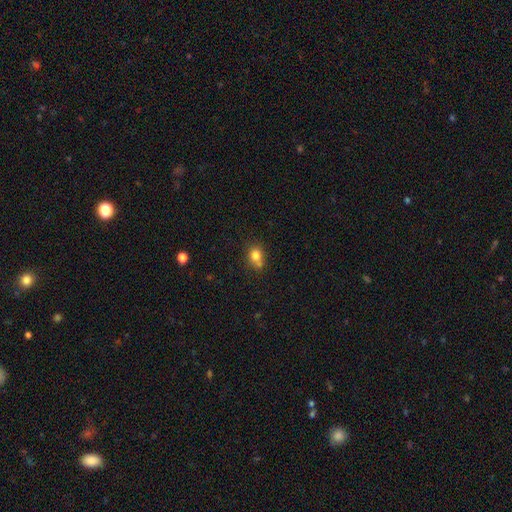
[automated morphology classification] smooth_or_featured: smooth (p=0.79) [alt: star or artifact p=0.12]
how_rounded: round (p=0.62) [alt: in between p=0.36]
merging: none (p=0.55) [alt: merger p=0.25]